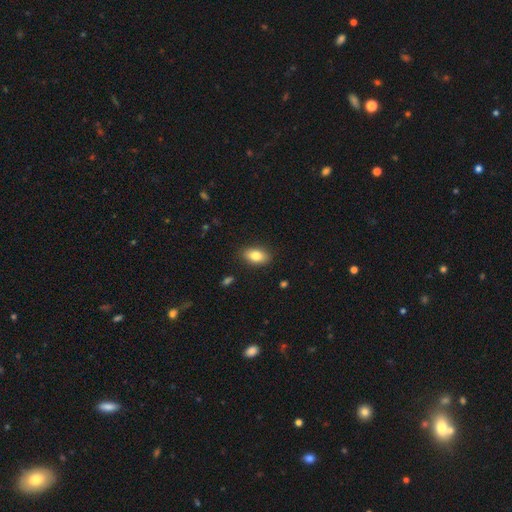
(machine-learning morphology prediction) The model was most divided on "smooth or featured": smooth: 82%, featured or disk: 11%, star or artifact: 8%. More confident: how rounded — in between (90%); merging — none (88%).